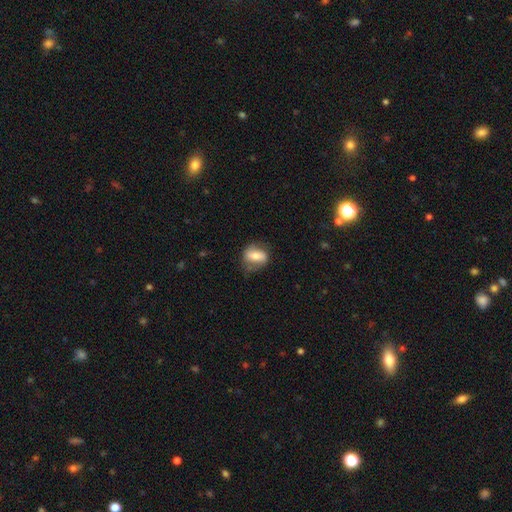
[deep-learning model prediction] smooth-or-featured: smooth: 61% | featured or disk: 31% | star or artifact: 8%
  how-rounded: in between: 70% | round: 26% | cigar-shaped: 5%
  merging: none: 66% | minor disturbance: 24% | major disturbance: 9% | merger: 2%